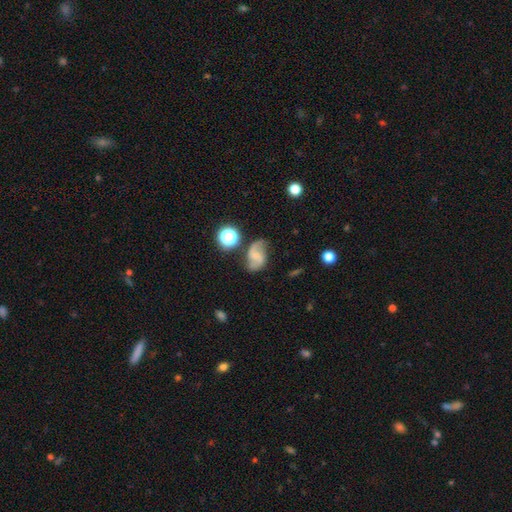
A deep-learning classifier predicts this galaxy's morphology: A featured or disk galaxy (71%) with a weak bar (46%), 2 (91%) loose (61%) spiral arms (94%) and no central bulge (41%). Merging: none (67%).